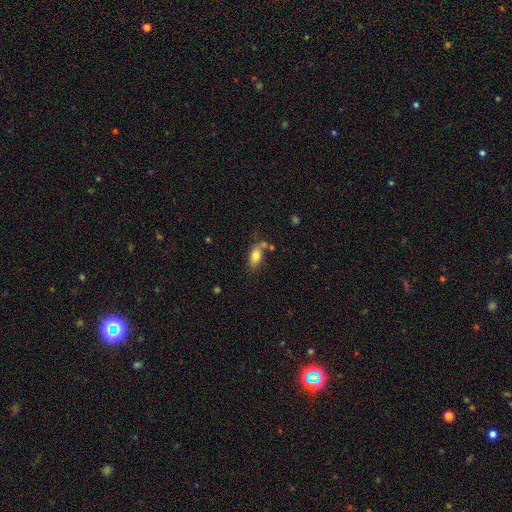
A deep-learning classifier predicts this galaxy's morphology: smooth 79%, featured or disk 13%, star or artifact 8%. Down the decision tree: how rounded — in between (88%); merging — none (60%).